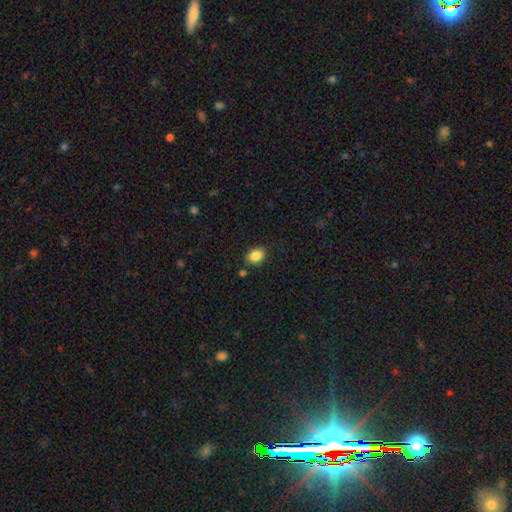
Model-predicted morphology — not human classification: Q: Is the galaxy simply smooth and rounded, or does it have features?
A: smooth — 87%.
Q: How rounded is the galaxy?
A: in between — 76%.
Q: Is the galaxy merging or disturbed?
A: none — 83%.